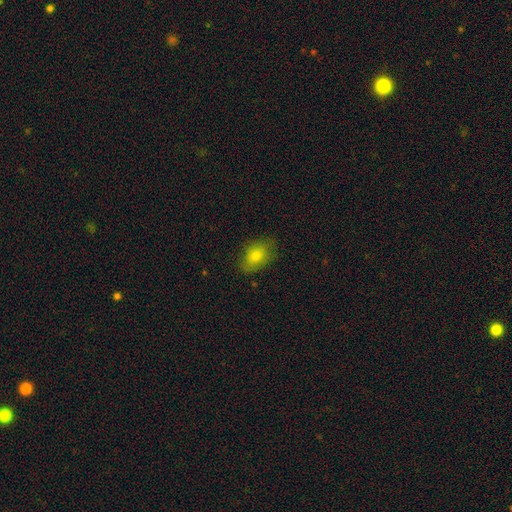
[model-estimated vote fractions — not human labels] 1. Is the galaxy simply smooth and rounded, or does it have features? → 79% smooth, 12% featured or disk, 10% star or artifact.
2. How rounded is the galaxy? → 81% in between, 17% round, 2% cigar-shaped.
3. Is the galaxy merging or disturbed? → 75% none, 19% minor disturbance, 5% major disturbance, 1% merger.